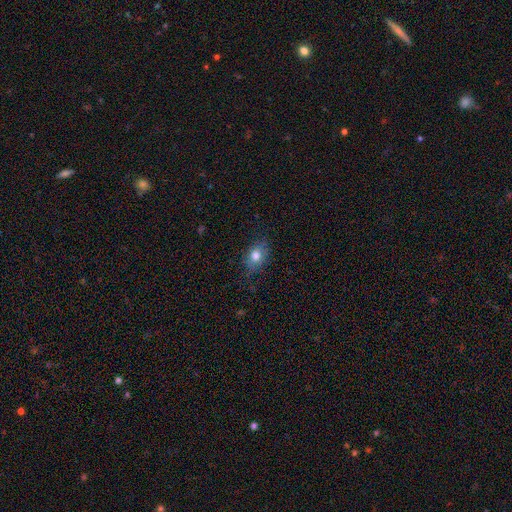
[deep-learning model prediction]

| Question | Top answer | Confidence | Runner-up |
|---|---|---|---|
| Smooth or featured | smooth | 77% | featured or disk (13%) |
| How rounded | in between | 65% | round (33%) |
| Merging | none | 74% | minor disturbance (20%) |